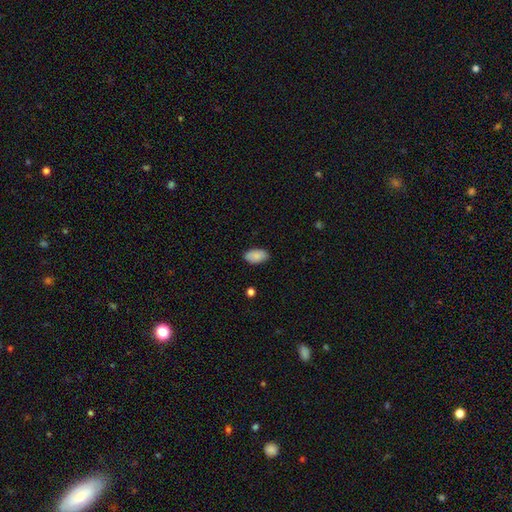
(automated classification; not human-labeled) Q: Smooth or featured?
A: smooth (88%); runner-up: star or artifact (7%)
Q: How rounded?
A: in between (95%); runner-up: round (4%)
Q: Merging?
A: none (87%); runner-up: minor disturbance (10%)